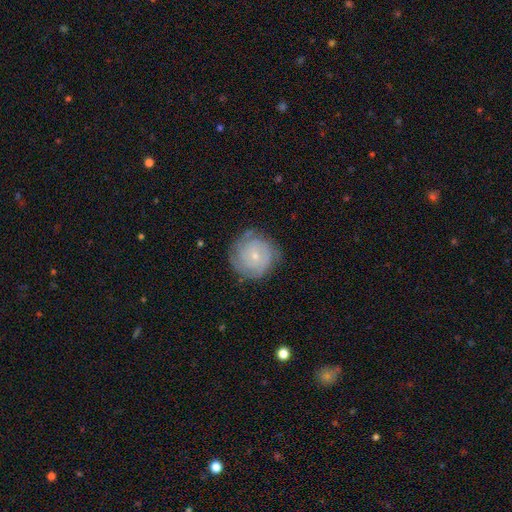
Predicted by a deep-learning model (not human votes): Smooth or featured? featured or disk (66%)
Edge-on disk? no (98%)
Bar? no (79%)
Spiral arms? yes (88%)
Spiral winding? tight (74%)
Spiral arm count? can't tell (43%)
Bulge size? small (75%)
Merging? none (75%)